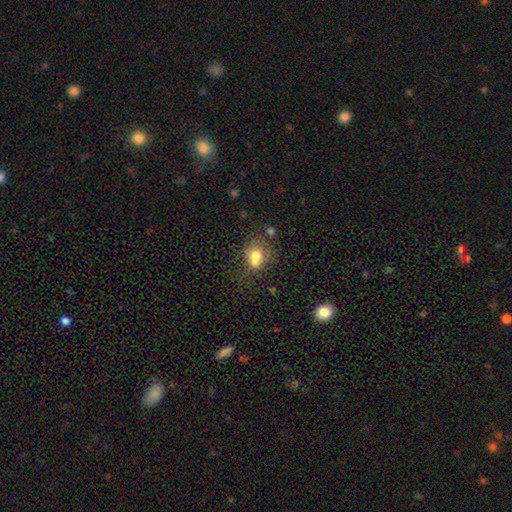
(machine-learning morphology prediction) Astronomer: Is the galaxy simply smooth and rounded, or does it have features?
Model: smooth — 71%.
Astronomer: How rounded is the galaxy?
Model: round — 56% (runner-up: in between, 43%).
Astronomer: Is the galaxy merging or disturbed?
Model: none — 38% (runner-up: merger, 31%).